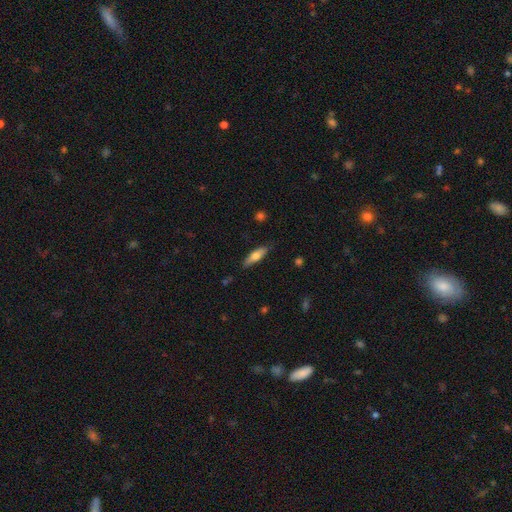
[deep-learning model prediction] The model was most divided on "how rounded": cigar-shaped: 57%, in between: 40%, round: 2%. More confident: merging — none (84%); smooth or featured — smooth (63%).